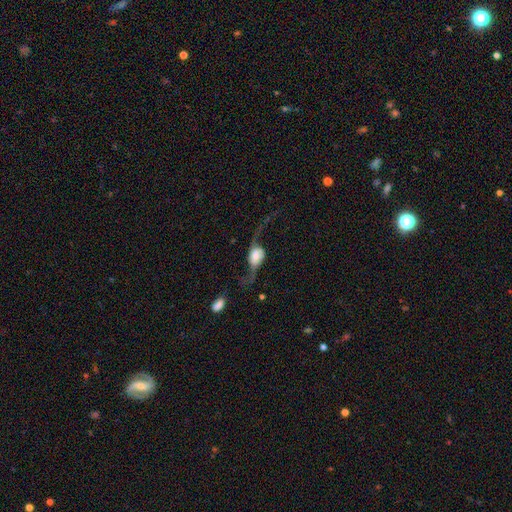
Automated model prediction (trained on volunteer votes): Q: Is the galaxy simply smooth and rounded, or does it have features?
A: featured or disk — 71%.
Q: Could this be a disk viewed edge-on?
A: no — 87%.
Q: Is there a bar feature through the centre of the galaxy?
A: no — 55%.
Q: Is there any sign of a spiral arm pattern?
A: yes — 87%.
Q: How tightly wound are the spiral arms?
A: loose — 92%.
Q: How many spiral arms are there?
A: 2 — 91%.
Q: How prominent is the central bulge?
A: large — 33%.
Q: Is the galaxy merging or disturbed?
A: major disturbance — 39%.